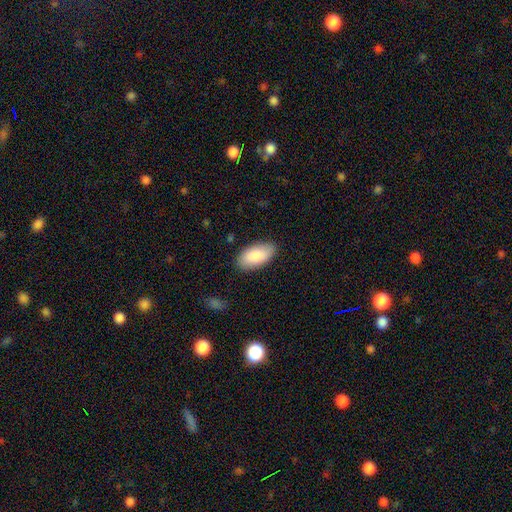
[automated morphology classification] smooth 87%, featured or disk 8%, star or artifact 5%. Down the decision tree: how rounded — in between (95%); merging — none (86%).